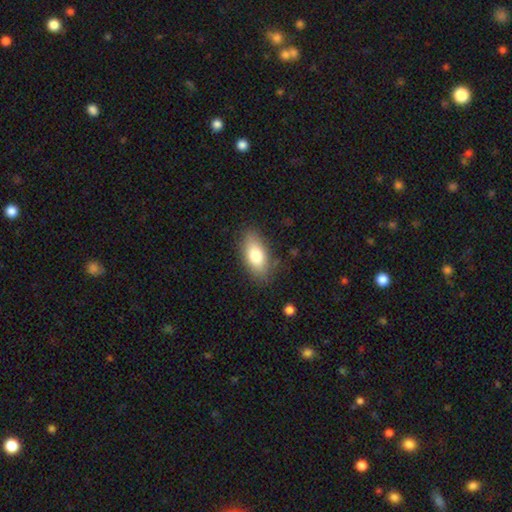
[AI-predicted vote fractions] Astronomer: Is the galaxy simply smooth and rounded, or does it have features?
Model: smooth — 78%.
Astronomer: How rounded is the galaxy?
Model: in between — 87%.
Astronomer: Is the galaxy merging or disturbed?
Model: none — 83%.